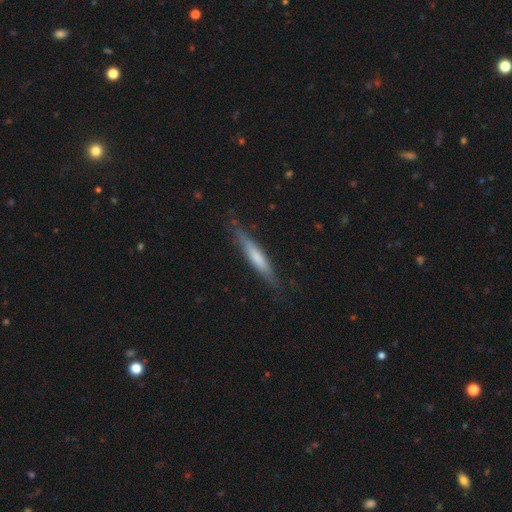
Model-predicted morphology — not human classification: smooth-or-featured: smooth: 51% | featured or disk: 43% | star or artifact: 6%
  how-rounded: cigar-shaped: 92% | in between: 6% | round: 1%
  merging: none: 82% | minor disturbance: 14% | major disturbance: 3% | merger: 1%